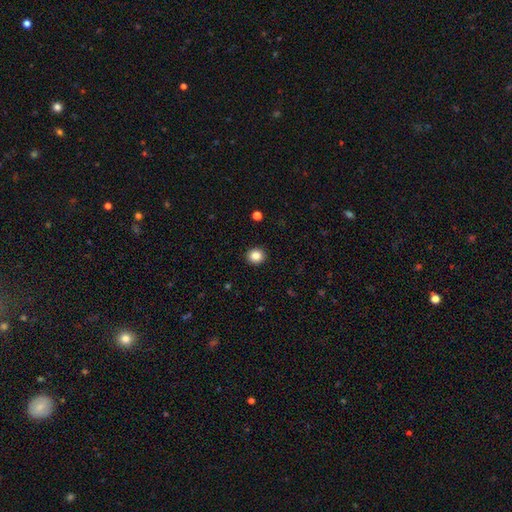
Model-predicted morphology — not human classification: smooth_or_featured: smooth (p=0.85) [alt: star or artifact p=0.10]
how_rounded: round (p=0.89) [alt: in between p=0.10]
merging: none (p=0.92) [alt: minor disturbance p=0.05]